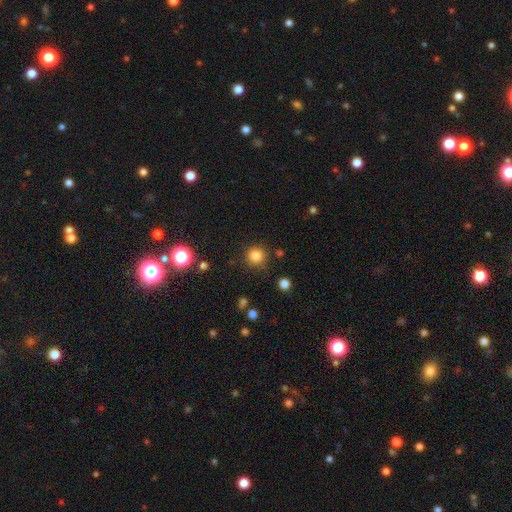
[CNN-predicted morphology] A smooth galaxy with no disk features (83%) that is round (94%). Merging: none (87%).